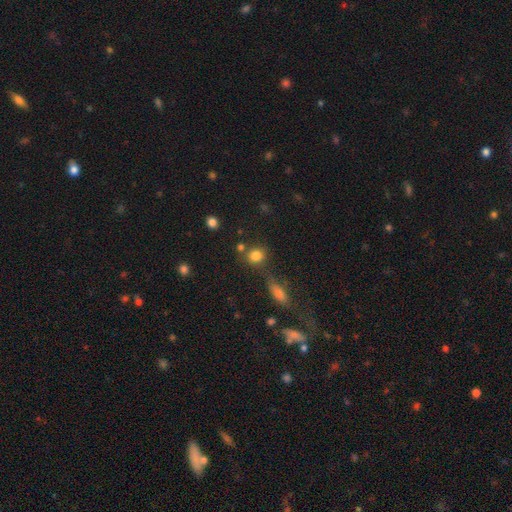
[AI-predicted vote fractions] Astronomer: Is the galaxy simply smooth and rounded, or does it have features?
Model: smooth — 81%.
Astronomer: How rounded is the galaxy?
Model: round — 83%.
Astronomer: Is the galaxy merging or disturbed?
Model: none — 67%.